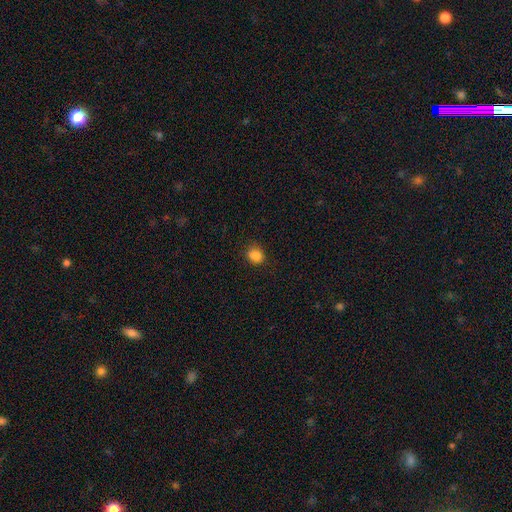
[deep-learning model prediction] smooth 81%, star or artifact 12%, featured or disk 7%. Down the decision tree: how rounded — round (59%); merging — none (64%).